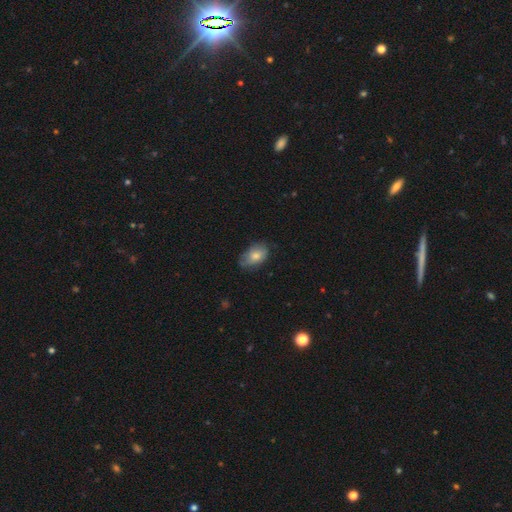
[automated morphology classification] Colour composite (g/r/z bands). It shows a smooth galaxy with no disk features (73%) that is in between round and cigar-shaped (88%). Merging: none (61%).